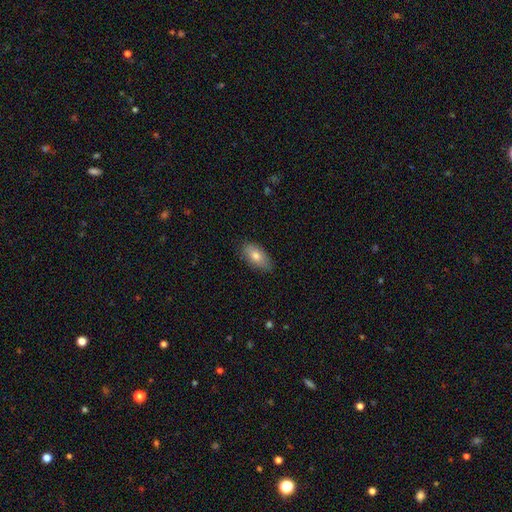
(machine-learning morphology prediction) This appears to be a smooth galaxy with no disk features (76%) that is in between round and cigar-shaped (91%). Merging: none (83%).